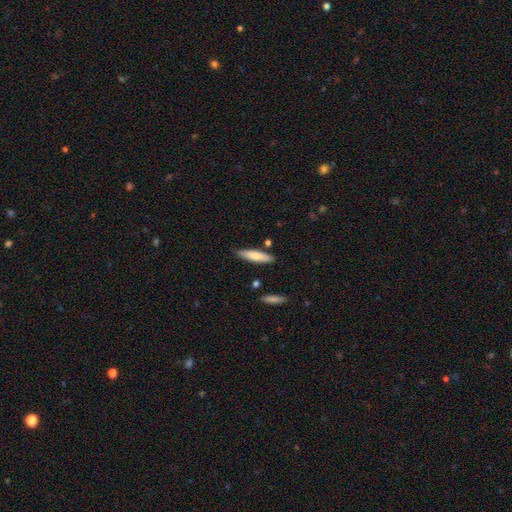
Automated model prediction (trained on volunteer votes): Q: Smooth or featured?
A: smooth (77%); runner-up: featured or disk (18%)
Q: How rounded?
A: cigar-shaped (71%); runner-up: in between (27%)
Q: Merging?
A: none (82%); runner-up: minor disturbance (12%)